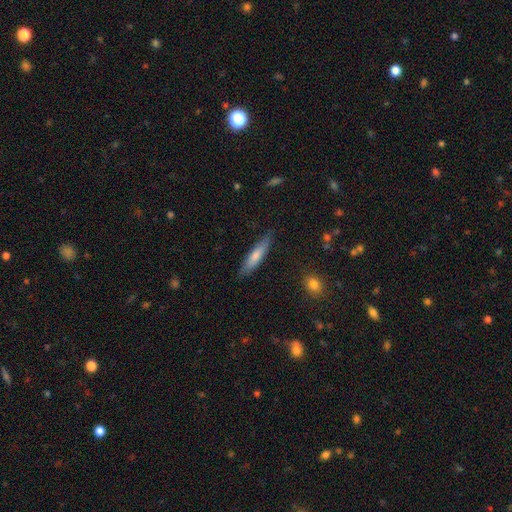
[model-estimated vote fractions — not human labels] This appears to be a smooth galaxy with no disk features (70%) that is cigar-shaped (79%). Merging: none (82%).